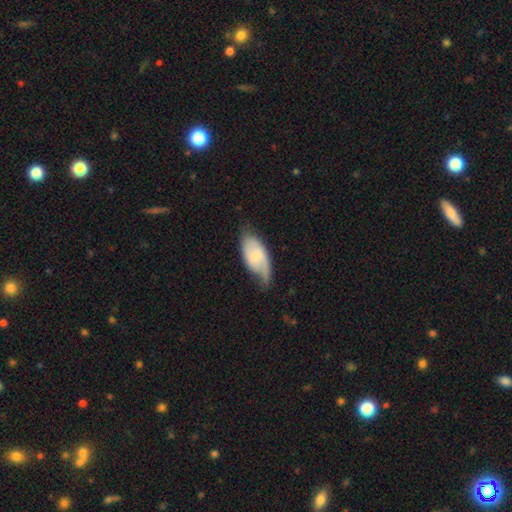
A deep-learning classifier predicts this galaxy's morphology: smooth_or_featured: smooth (p=0.48) [alt: featured or disk p=0.46]
merging: none (p=0.48) [alt: minor disturbance p=0.36]